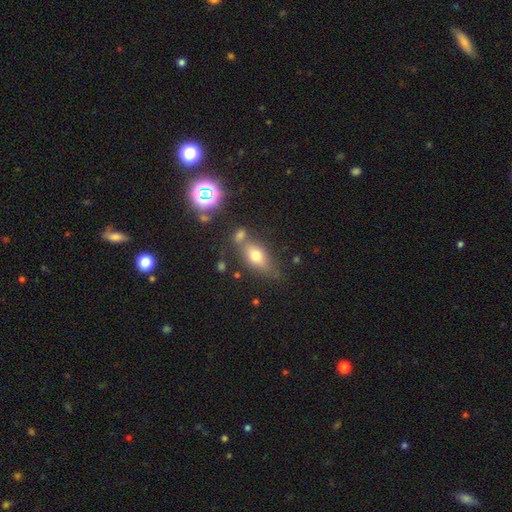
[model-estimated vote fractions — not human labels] Smooth or featured? Predicted: smooth (p=0.68). How rounded? Predicted: in between (p=0.78). Merging? Predicted: none (p=0.56).